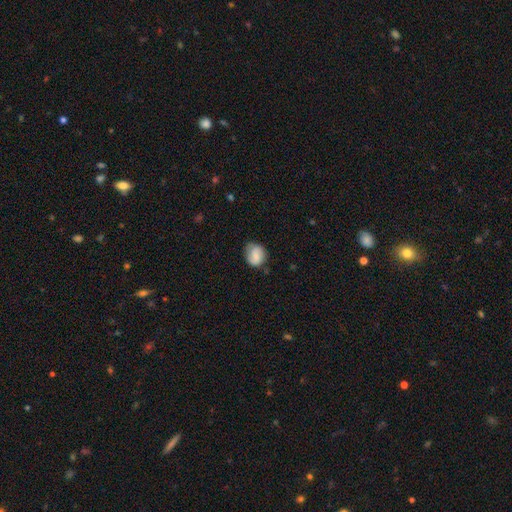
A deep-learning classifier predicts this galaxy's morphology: Smooth or featured?
  - smooth: 64% *
  - featured or disk: 28%
  - star or artifact: 8%
How rounded?
  - round: 64% *
  - in between: 35%
  - cigar-shaped: 1%
Merging?
  - none: 66% *
  - minor disturbance: 26%
  - major disturbance: 7%
  - merger: 2%